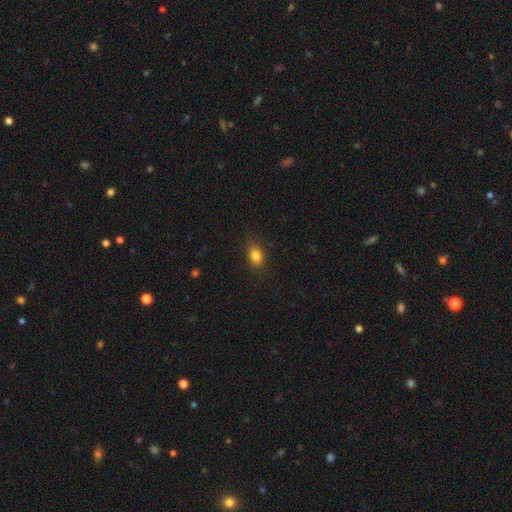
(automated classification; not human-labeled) Morphology: type=smooth (83%); roundness=in between (71%); merging=none (85%).